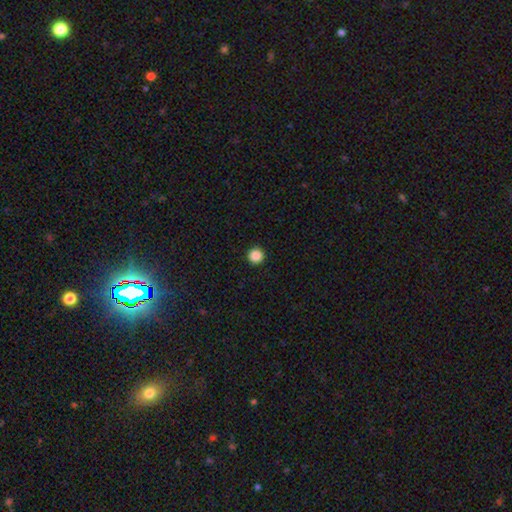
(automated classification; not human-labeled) Smooth or featured? Predicted: smooth (p=0.88). How rounded? Predicted: round (p=0.97). Merging? Predicted: none (p=0.94).